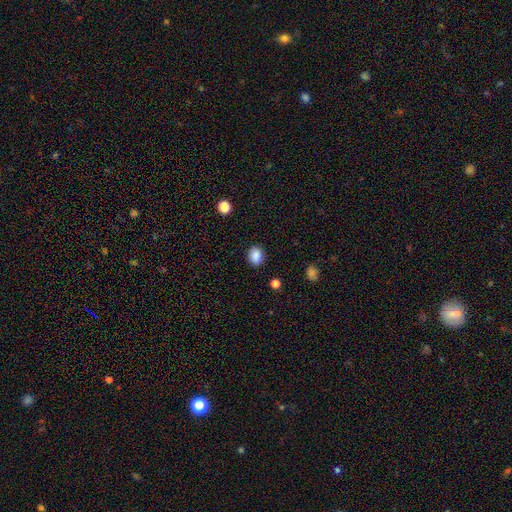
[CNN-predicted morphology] Q: Smooth or featured?
A: smooth (87%); runner-up: star or artifact (9%)
Q: How rounded?
A: in between (57%); runner-up: round (42%)
Q: Merging?
A: none (84%); runner-up: minor disturbance (11%)